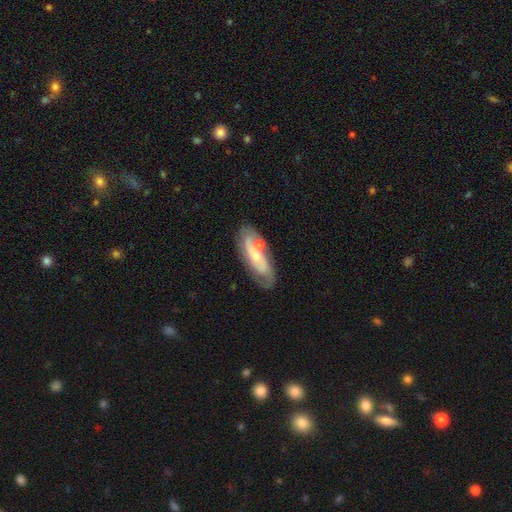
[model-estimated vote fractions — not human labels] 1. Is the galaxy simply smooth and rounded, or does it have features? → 71% featured or disk, 22% smooth, 6% star or artifact.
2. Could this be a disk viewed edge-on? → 87% no, 13% yes.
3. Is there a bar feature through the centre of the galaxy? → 63% no, 27% weak, 10% strong.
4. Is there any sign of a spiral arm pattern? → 84% yes, 16% no.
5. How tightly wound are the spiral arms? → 41% medium, 35% tight, 23% loose.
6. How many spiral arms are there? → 63% 2, 23% can't tell, 6% 3, 5% 1, 2% 4, 2% more than 4.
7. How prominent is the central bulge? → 62% small, 33% moderate, 2% none, 2% large, 1% dominant.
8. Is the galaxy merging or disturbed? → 61% none, 18% minor disturbance, 15% merger, 6% major disturbance.